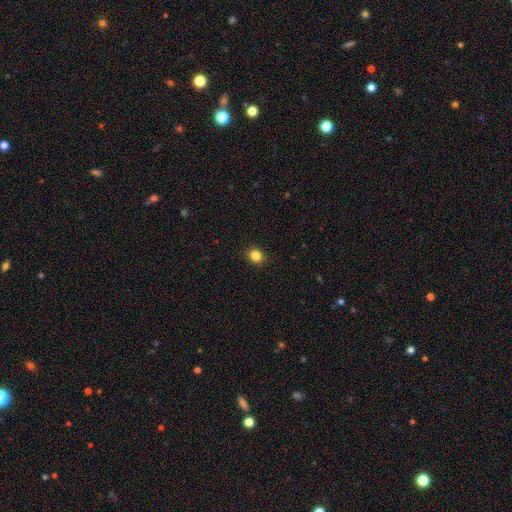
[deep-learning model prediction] Smooth or featured: smooth — 84% (star or artifact — 11%)
How rounded: round — 76% (in between — 23%)
Merging: none — 92% (minor disturbance — 6%)